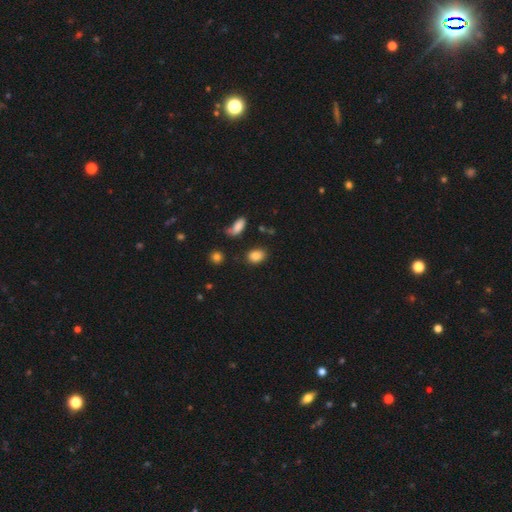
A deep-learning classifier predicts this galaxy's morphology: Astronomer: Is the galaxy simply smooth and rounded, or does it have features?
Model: smooth — 85%.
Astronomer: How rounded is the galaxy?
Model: in between — 69%.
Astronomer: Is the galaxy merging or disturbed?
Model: none — 80%.